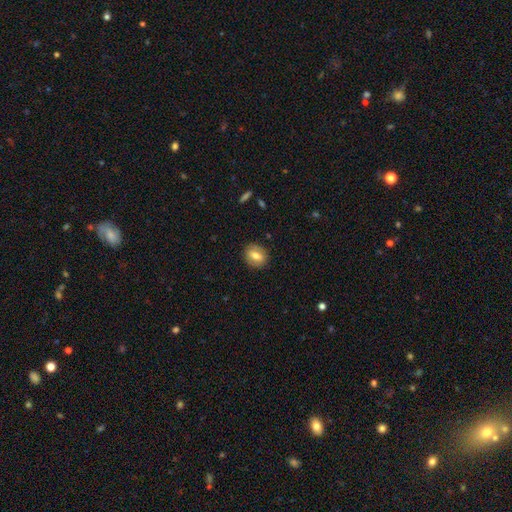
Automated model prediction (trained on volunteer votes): A smooth galaxy with no disk features (67%) that is round (57%). Merging: none (88%).